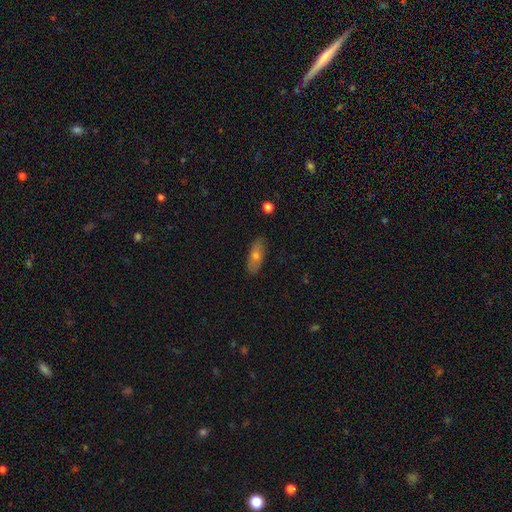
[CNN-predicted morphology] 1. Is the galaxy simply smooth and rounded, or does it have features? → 62% smooth, 30% featured or disk, 8% star or artifact.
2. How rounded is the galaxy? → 75% in between, 22% cigar-shaped, 3% round.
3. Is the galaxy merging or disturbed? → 86% none, 11% minor disturbance, 2% major disturbance, 1% merger.